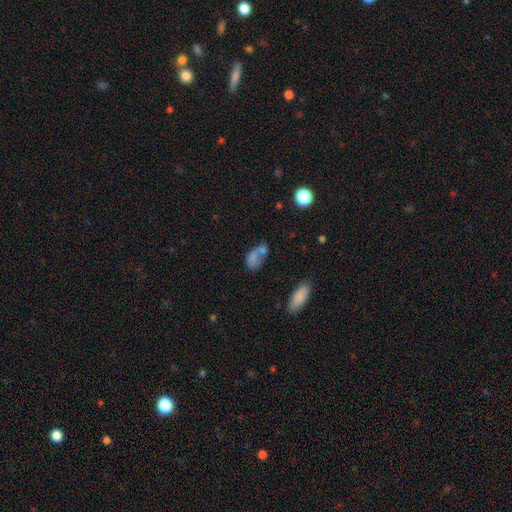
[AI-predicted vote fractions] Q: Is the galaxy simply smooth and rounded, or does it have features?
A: smooth — 65%.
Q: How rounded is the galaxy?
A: in between — 84%.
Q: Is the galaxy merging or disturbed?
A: merger — 38%.